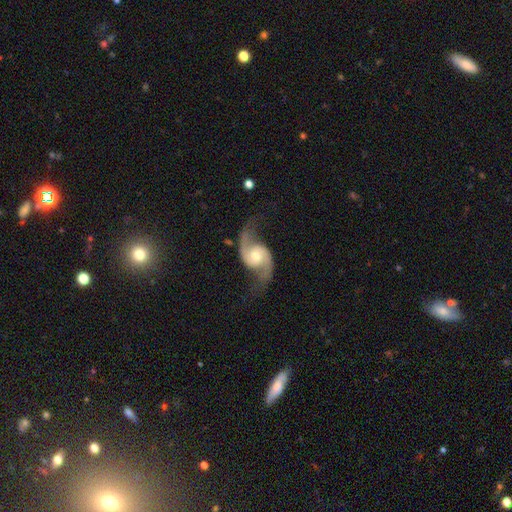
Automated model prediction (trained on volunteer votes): A featured or disk galaxy (91%) with no bar (62%), 2 (94%) loose (57%) spiral arms (98%) and a moderate central bulge (59%). Merging: none (75%).